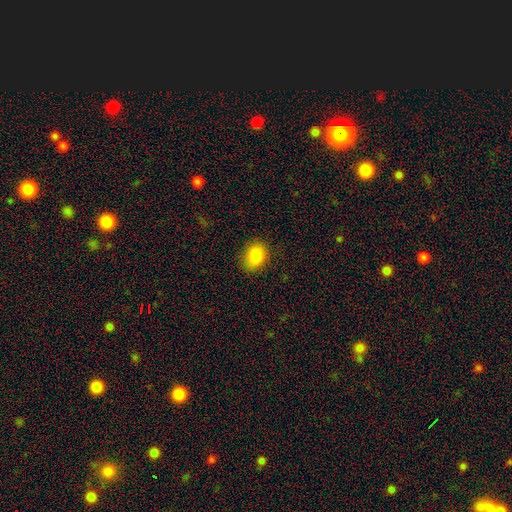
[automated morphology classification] smooth_or_featured: smooth (p=0.86) [alt: star or artifact p=0.09]
how_rounded: in between (p=0.68) [alt: round p=0.31]
merging: none (p=0.85) [alt: minor disturbance p=0.11]